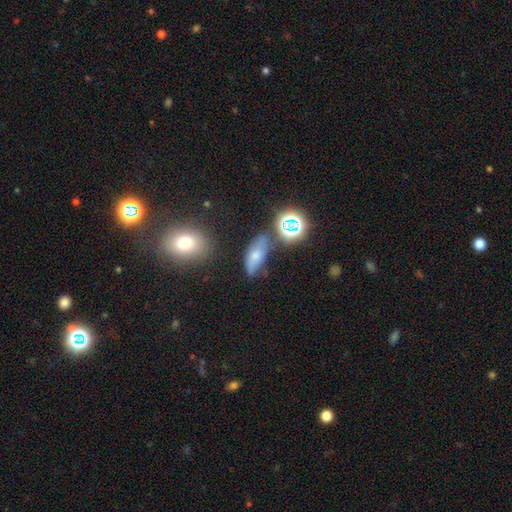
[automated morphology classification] A smooth galaxy with no disk features (61%) that is in between round and cigar-shaped (74%).

Vote fractions:
- Smooth or featured? smooth: 61% / featured or disk: 20% / star or artifact: 19%
- How rounded? in between: 74% / cigar-shaped: 17% / round: 9%
- Merging? none: 66% / minor disturbance: 19% / merger: 8% / major disturbance: 7%